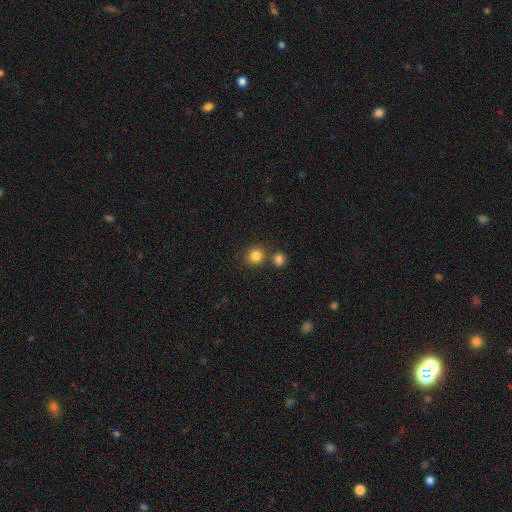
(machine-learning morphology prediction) This appears to be a smooth galaxy with no disk features (84%) that is round (83%). Merging: none (71%).